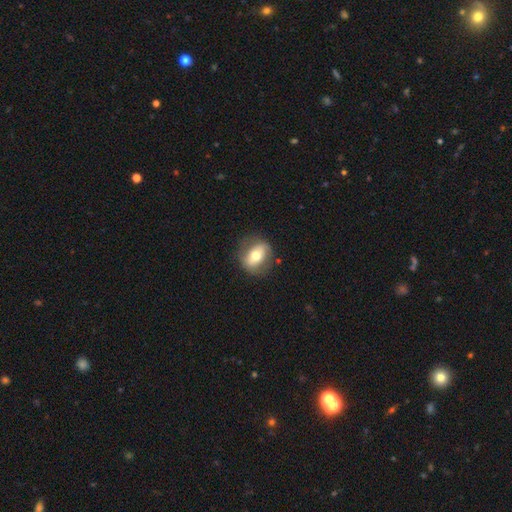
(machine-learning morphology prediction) Q: Smooth or featured?
A: smooth (54%); runner-up: featured or disk (39%)
Q: How rounded?
A: in between (55%); runner-up: round (42%)
Q: Merging?
A: none (75%); runner-up: minor disturbance (17%)